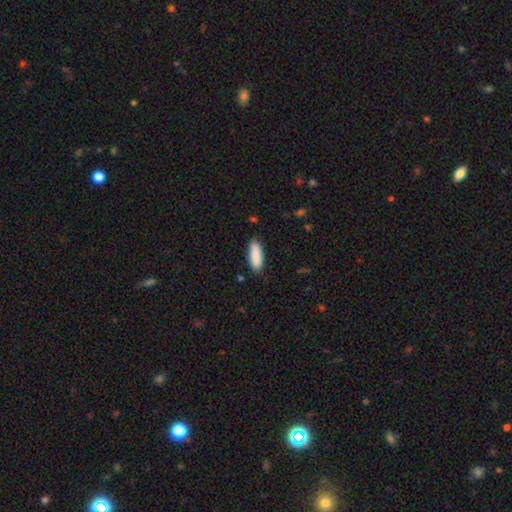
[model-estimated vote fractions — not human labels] This appears to be a smooth galaxy with no disk features (88%) that is in between round and cigar-shaped (60%). Merging: none (85%).